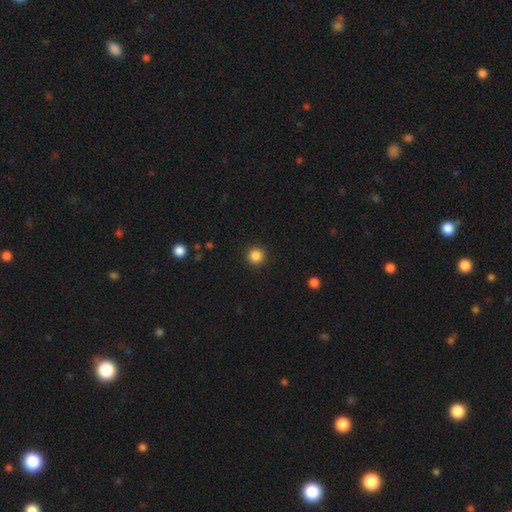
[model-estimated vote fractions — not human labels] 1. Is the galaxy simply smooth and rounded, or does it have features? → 86% smooth, 11% star or artifact, 3% featured or disk.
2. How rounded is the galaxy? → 96% round, 3% in between, 1% cigar-shaped.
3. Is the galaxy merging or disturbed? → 92% none, 5% minor disturbance, 2% major disturbance, 1% merger.